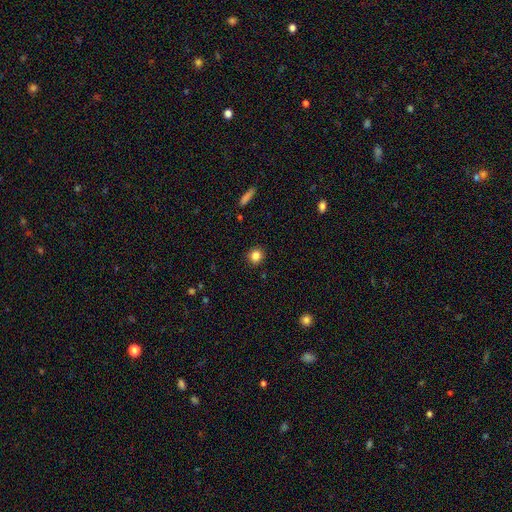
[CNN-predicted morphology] The model was most divided on "smooth or featured": smooth: 83%, star or artifact: 11%, featured or disk: 6%. More confident: merging — none (90%); how rounded — round (89%).